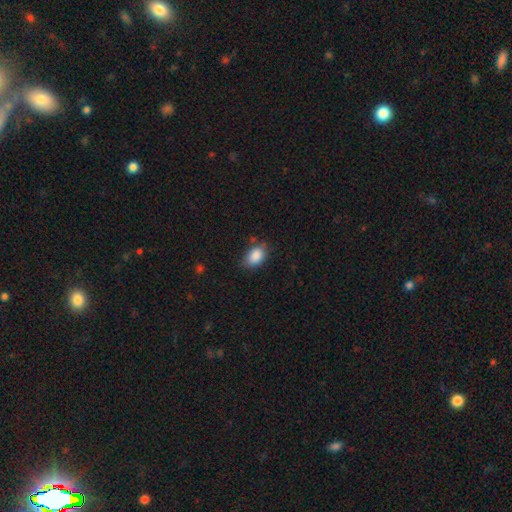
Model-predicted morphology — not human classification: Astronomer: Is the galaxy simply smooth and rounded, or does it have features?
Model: smooth — 88%.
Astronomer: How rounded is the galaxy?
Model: in between — 86%.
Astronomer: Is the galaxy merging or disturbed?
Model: none — 74%.